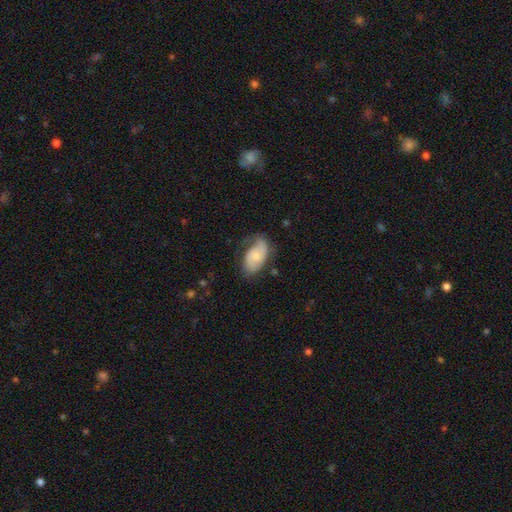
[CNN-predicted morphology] Smooth or featured? Predicted: featured or disk (p=0.52). Edge-on disk? Predicted: no (p=0.96). Merging? Predicted: none (p=0.54).